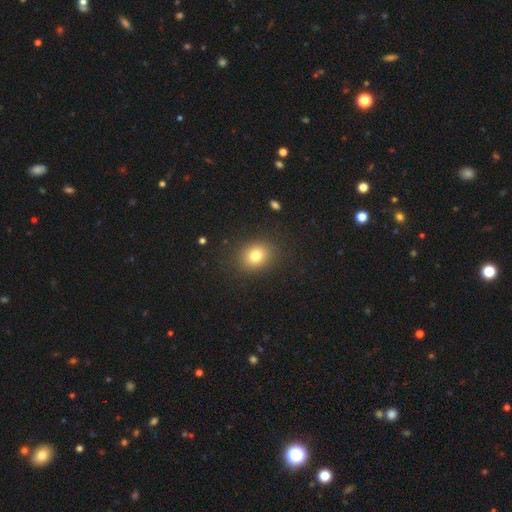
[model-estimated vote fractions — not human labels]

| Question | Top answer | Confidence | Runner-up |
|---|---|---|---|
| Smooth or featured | smooth | 79% | star or artifact (12%) |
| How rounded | round | 55% | in between (44%) |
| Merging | none | 87% | minor disturbance (8%) |